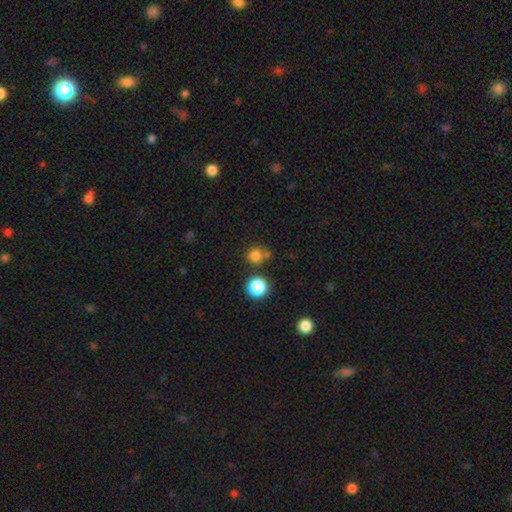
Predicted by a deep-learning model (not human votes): Overall: smooth (78%). How rounded: round (91%). Merging: none (70%).